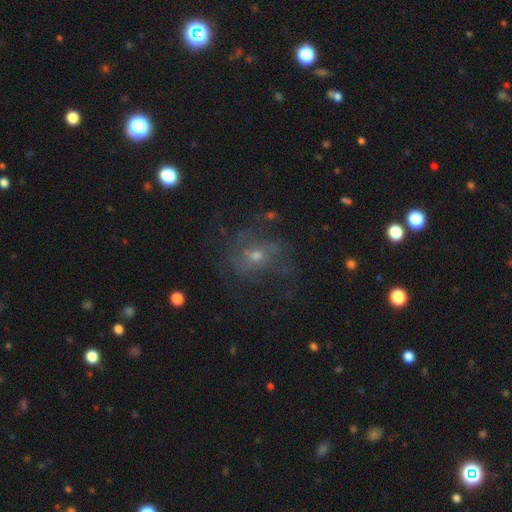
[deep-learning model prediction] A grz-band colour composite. It shows a featured or disk galaxy (56%) with no bar (76%), spiral arms (54%) and a small central bulge (50%). Merging: none (54%).